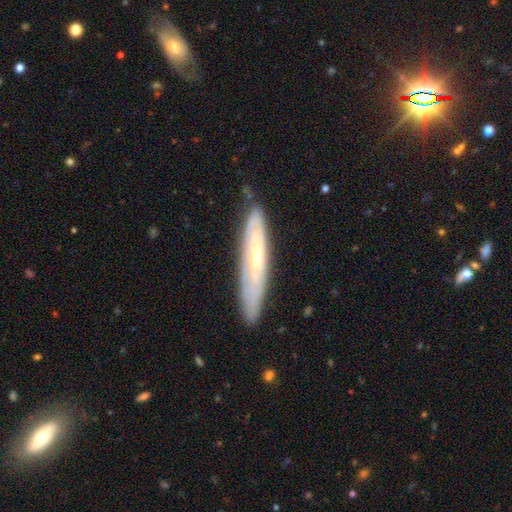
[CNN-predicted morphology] Smooth or featured?
  - featured or disk: 67% *
  - smooth: 26%
  - star or artifact: 7%
Edge-on disk?
  - yes: 54% *
  - no: 46%
Merging?
  - none: 80% *
  - minor disturbance: 15%
  - major disturbance: 3%
  - merger: 1%